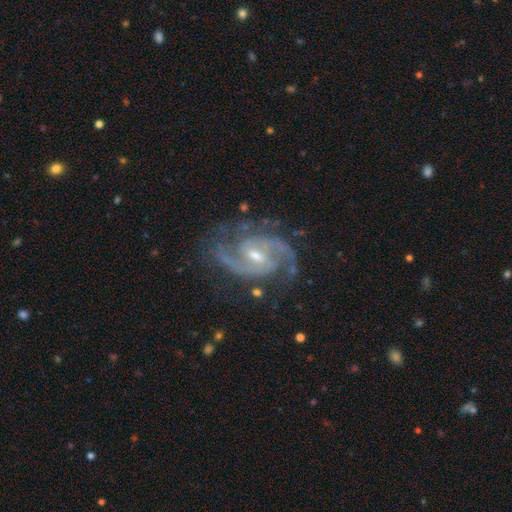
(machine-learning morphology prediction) Smooth or featured? featured or disk (93%)
Edge-on disk? no (98%)
Bar? weak (54%)
Spiral arms? yes (99%)
Spiral winding? medium (57%)
Spiral arm count? 2 (78%)
Bulge size? moderate (49%)
Merging? none (76%)